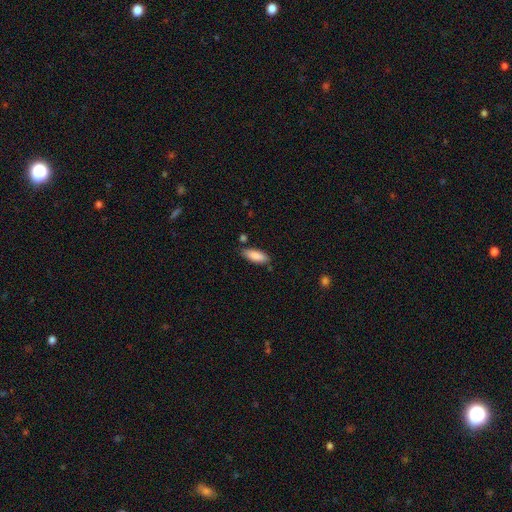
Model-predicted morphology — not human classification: Smooth or featured?
  - smooth: 88% *
  - featured or disk: 6%
  - star or artifact: 6%
How rounded?
  - in between: 75% *
  - cigar-shaped: 23%
  - round: 2%
Merging?
  - none: 79% *
  - minor disturbance: 14%
  - merger: 4%
  - major disturbance: 3%